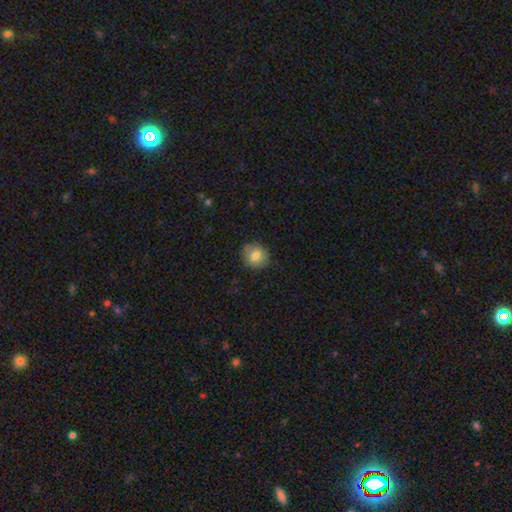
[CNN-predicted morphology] Q: Smooth or featured?
A: smooth (80%); runner-up: featured or disk (11%)
Q: How rounded?
A: round (80%); runner-up: in between (19%)
Q: Merging?
A: none (85%); runner-up: minor disturbance (12%)